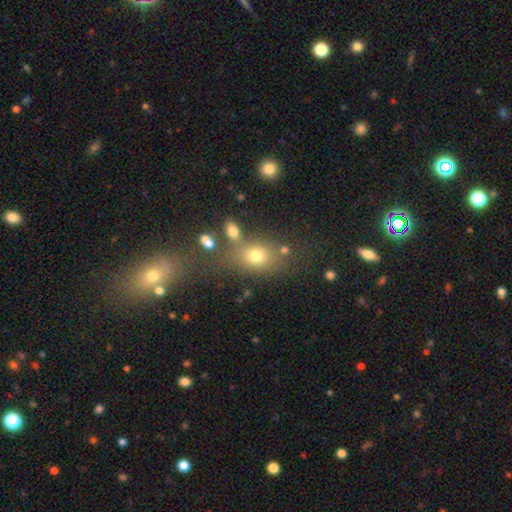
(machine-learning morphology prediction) Smooth or featured?
  - smooth: 70% *
  - star or artifact: 16%
  - featured or disk: 13%
How rounded?
  - in between: 58% *
  - round: 39%
  - cigar-shaped: 3%
Merging?
  - none: 60% *
  - merger: 17%
  - minor disturbance: 15%
  - major disturbance: 9%